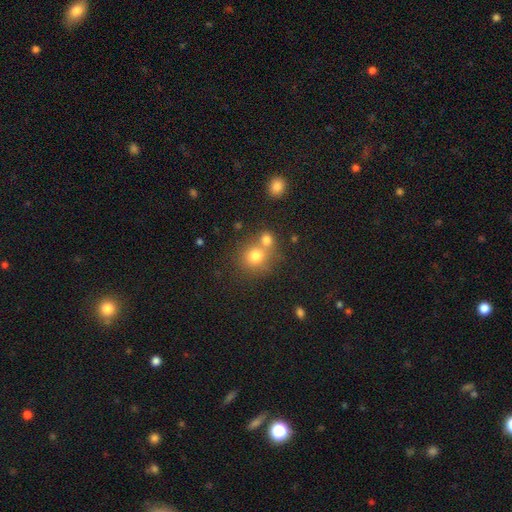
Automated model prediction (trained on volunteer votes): This is likely a smooth galaxy (76%). How rounded: clearly round (83%). Merging: possibly none (50%).